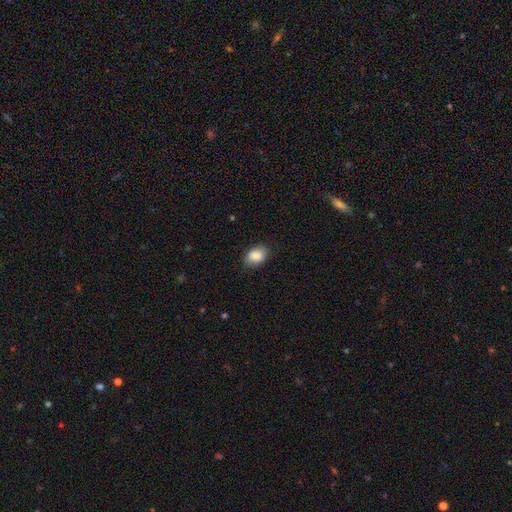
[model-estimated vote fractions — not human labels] Smooth or featured? Predicted: smooth (p=0.87). How rounded? Predicted: in between (p=0.79). Merging? Predicted: none (p=0.81).